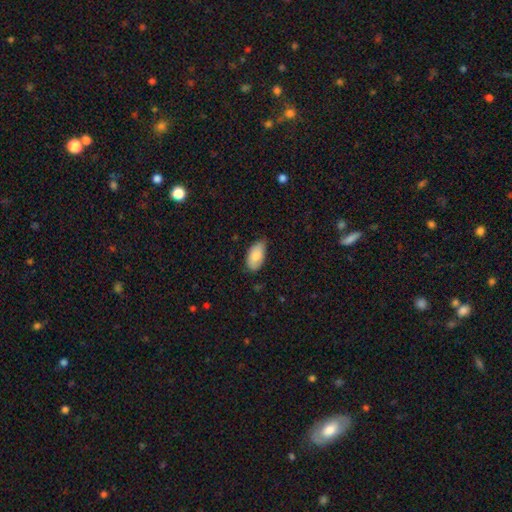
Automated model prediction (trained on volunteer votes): A smooth galaxy with no disk features (83%) that is in between round and cigar-shaped (94%). Merging: none (65%).